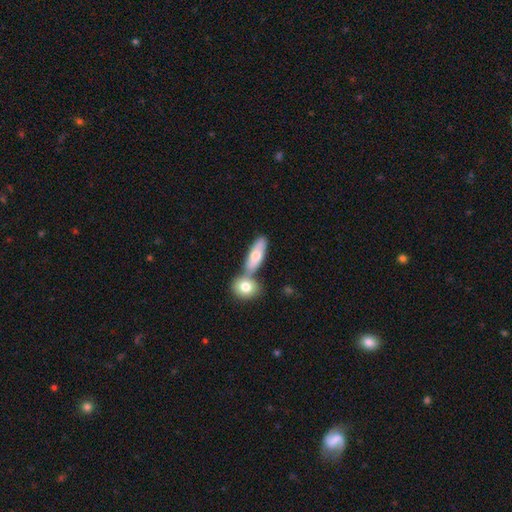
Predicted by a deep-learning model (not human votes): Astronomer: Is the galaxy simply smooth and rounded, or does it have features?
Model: smooth — 70%.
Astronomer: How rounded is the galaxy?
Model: in between — 63%.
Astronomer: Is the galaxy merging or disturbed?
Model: none — 45% (runner-up: merger, 42%).